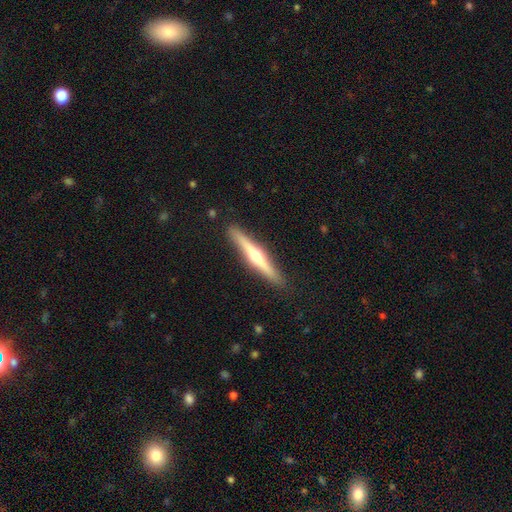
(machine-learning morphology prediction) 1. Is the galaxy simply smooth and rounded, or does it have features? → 68% featured or disk, 26% smooth, 5% star or artifact.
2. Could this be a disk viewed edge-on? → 98% yes, 2% no.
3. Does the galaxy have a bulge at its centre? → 89% rounded, 7% none, 4% boxy.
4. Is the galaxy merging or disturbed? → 90% none, 7% minor disturbance, 1% major disturbance, 1% merger.